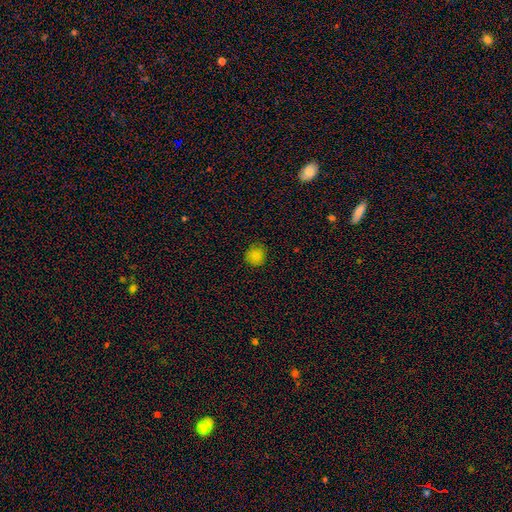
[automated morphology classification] Smooth or featured?
  - smooth: 83% *
  - star or artifact: 13%
  - featured or disk: 4%
How rounded?
  - round: 89% *
  - in between: 10%
  - cigar-shaped: 1%
Merging?
  - none: 87% *
  - minor disturbance: 10%
  - major disturbance: 2%
  - merger: 1%